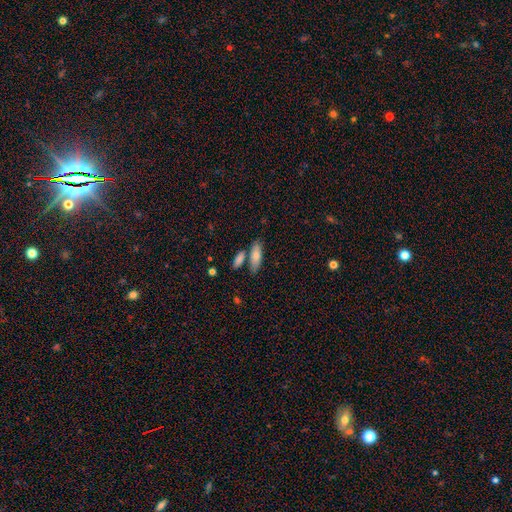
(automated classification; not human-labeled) The model was most divided on "how rounded": in between: 60%, cigar-shaped: 37%, round: 3%. More confident: smooth or featured — smooth (78%); merging — none (68%).